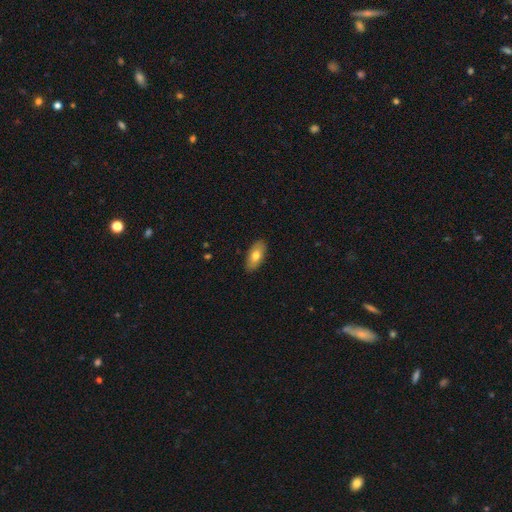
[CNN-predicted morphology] This appears to be a smooth galaxy with no disk features (73%) that is in between round and cigar-shaped (89%). Merging: none (88%).